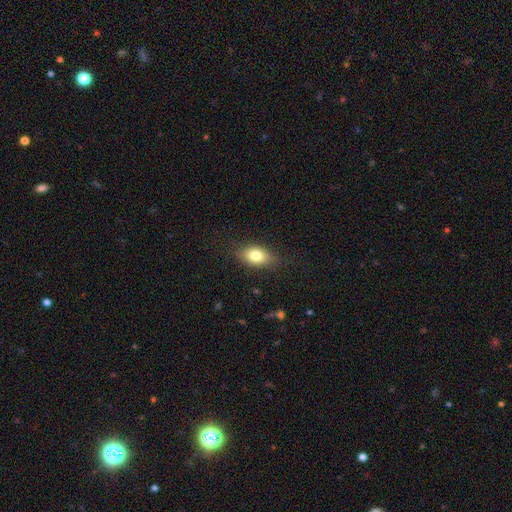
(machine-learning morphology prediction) A smooth galaxy with no disk features (79%) that is in between round and cigar-shaped (84%).

Vote fractions:
- Smooth or featured? smooth: 79% / featured or disk: 13% / star or artifact: 8%
- How rounded? in between: 84% / round: 13% / cigar-shaped: 3%
- Merging? none: 82% / minor disturbance: 14% / major disturbance: 4% / merger: 1%